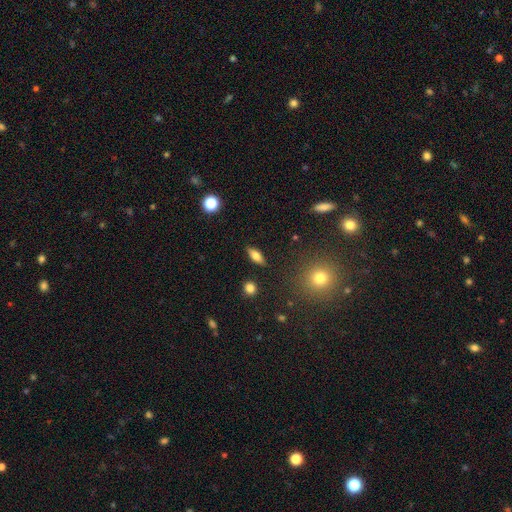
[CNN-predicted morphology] A smooth galaxy with no disk features (69%) that is in between round and cigar-shaped (72%). Merging: none (87%).